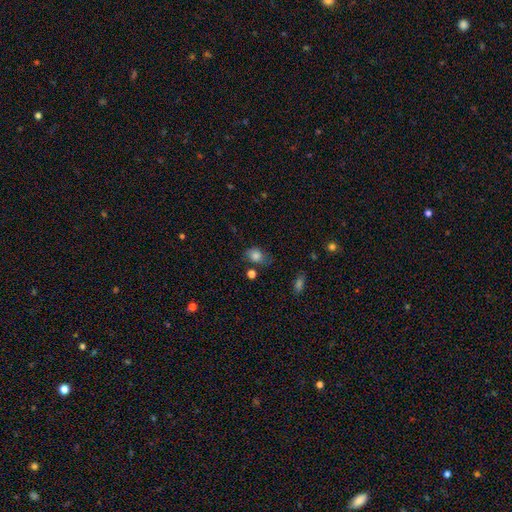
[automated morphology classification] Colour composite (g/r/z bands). It shows a smooth galaxy with no disk features (76%) that is in between round and cigar-shaped (61%). Merging: none (50%).